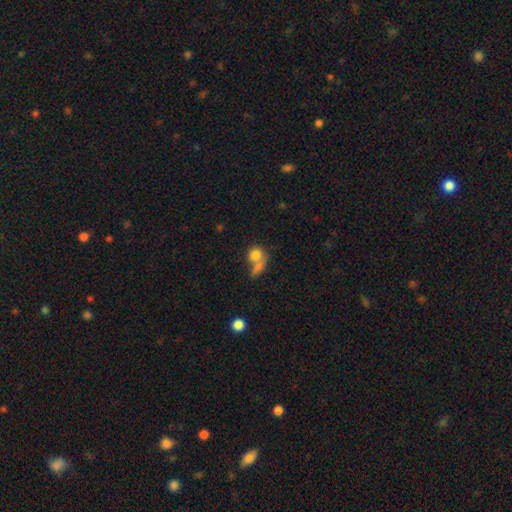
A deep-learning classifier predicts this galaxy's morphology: smooth-or-featured: smooth: 80% | featured or disk: 11% | star or artifact: 9%
  how-rounded: round: 71% | in between: 25% | cigar-shaped: 3%
  merging: merger: 45% | none: 36% | minor disturbance: 10% | major disturbance: 9%